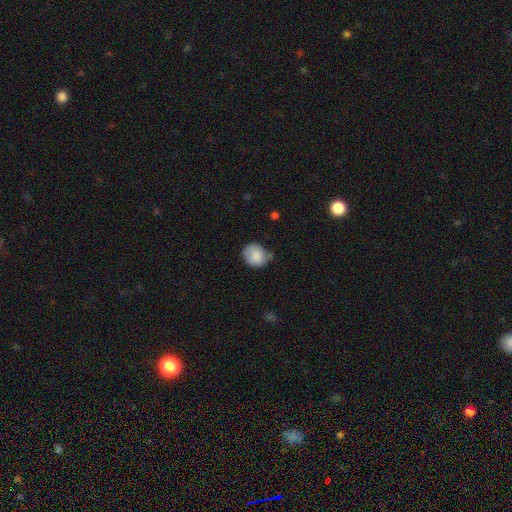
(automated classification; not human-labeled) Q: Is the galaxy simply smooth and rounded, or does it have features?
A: smooth — 82%.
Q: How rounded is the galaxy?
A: round — 67%.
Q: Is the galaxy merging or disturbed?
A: none — 49%.